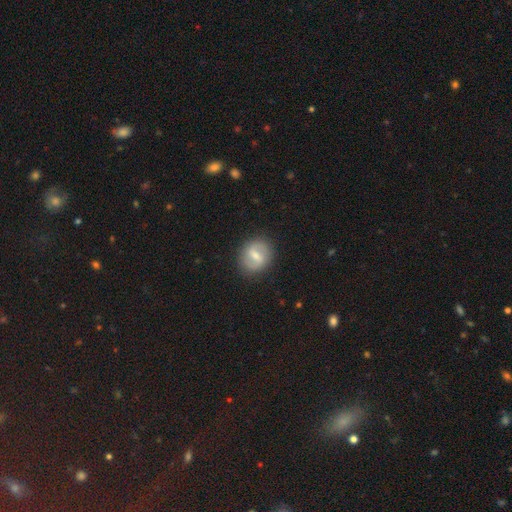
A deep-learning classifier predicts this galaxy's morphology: Overall: featured or disk (59%; smooth 35%). Edge-on disk: no (96%). Bar: weak (47%; strong 42%). Spiral arms: yes (67%; no 33%). Bulge size: moderate (46%; small 44%). Merging: none (85%).